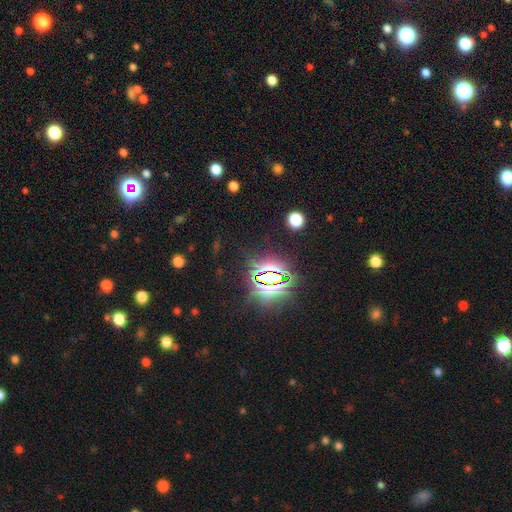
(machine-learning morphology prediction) Smooth or featured: star or artifact — 81% (smooth — 13%)